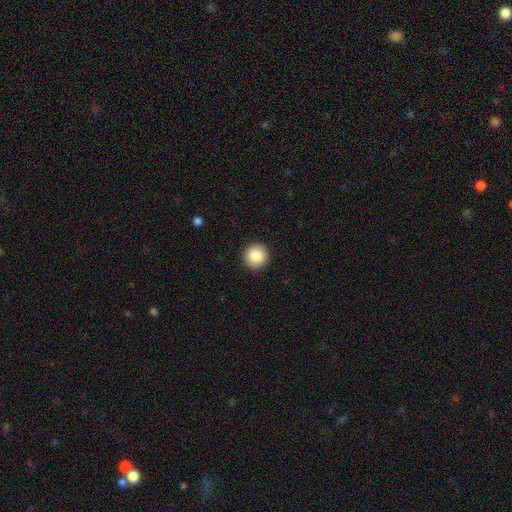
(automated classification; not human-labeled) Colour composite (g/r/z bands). It shows a smooth galaxy with no disk features (85%) that is round (95%). Merging: none (93%).